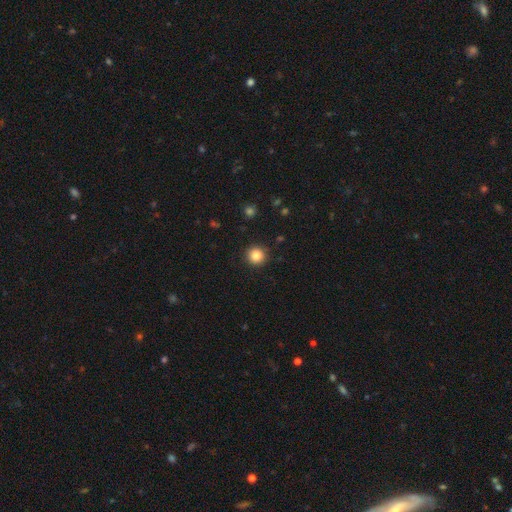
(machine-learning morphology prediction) Overall: smooth (85%). How rounded: round (94%). Merging: none (91%).